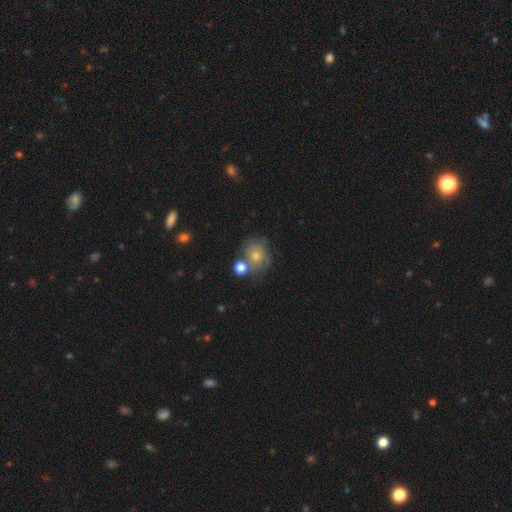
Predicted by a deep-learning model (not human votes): smooth-or-featured: smooth: 49% | featured or disk: 34% | star or artifact: 17%
  merging: none: 62% | minor disturbance: 17% | merger: 14% | major disturbance: 7%